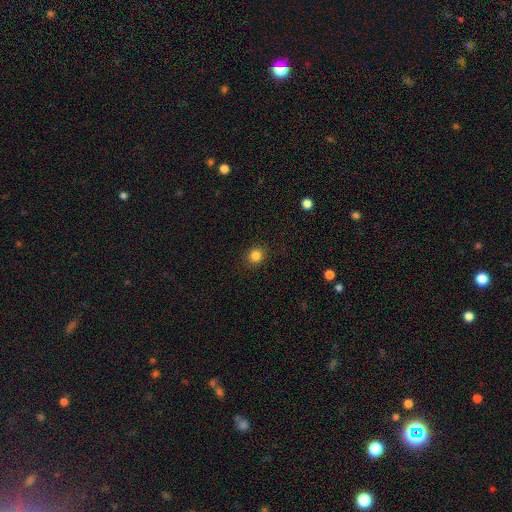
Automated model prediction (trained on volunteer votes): Smooth or featured?
  - smooth: 84% *
  - star or artifact: 12%
  - featured or disk: 4%
How rounded?
  - round: 84% *
  - in between: 15%
  - cigar-shaped: 1%
Merging?
  - none: 91% *
  - minor disturbance: 6%
  - major disturbance: 2%
  - merger: 1%